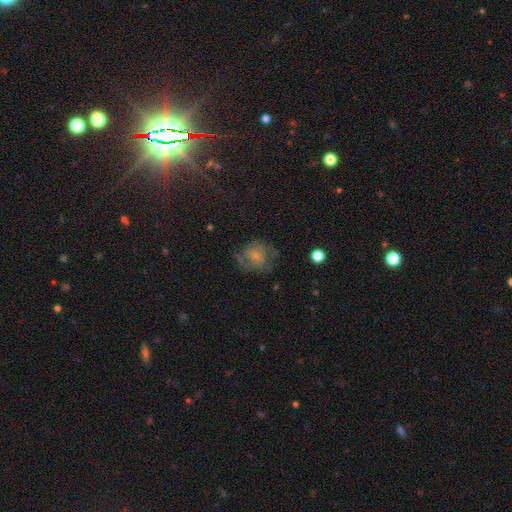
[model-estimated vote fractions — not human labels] The model was most divided on "smooth or featured": featured or disk: 47%, smooth: 41%, star or artifact: 12%. Remaining: merging — none (47%).